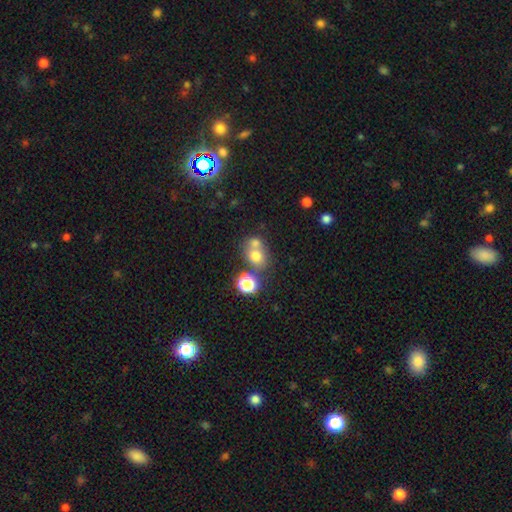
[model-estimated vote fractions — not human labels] Morphology: type=smooth (68%); roundness=round (69%); merging=merger (46%).